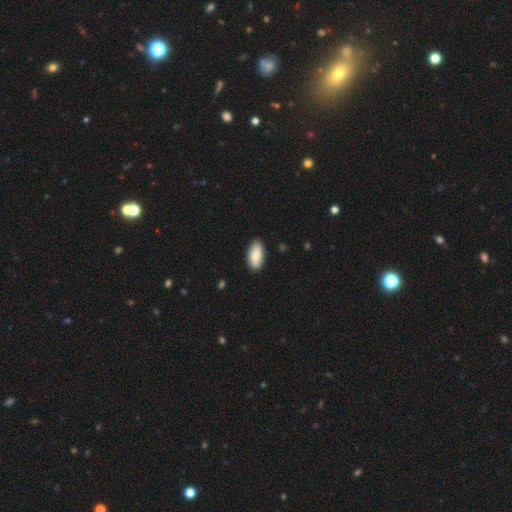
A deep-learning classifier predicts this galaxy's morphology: A smooth galaxy with no disk features (79%) that is in between round and cigar-shaped (93%). Merging: none (87%).